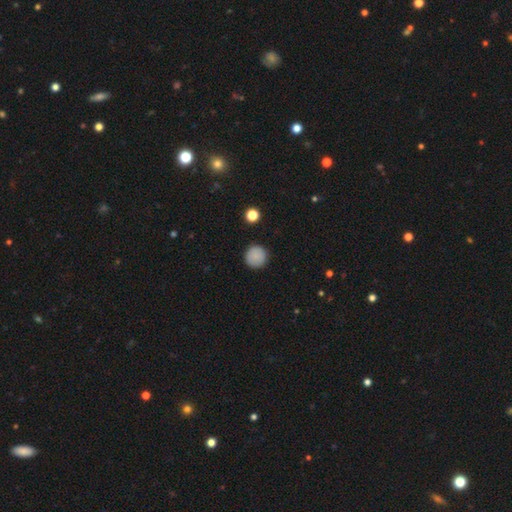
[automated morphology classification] A smooth galaxy with no disk features (87%) that is round (96%).

Vote fractions:
- Smooth or featured? smooth: 87% / star or artifact: 9% / featured or disk: 4%
- How rounded? round: 96% / in between: 3% / cigar-shaped: 1%
- Merging? none: 92% / minor disturbance: 5% / major disturbance: 2% / merger: 1%